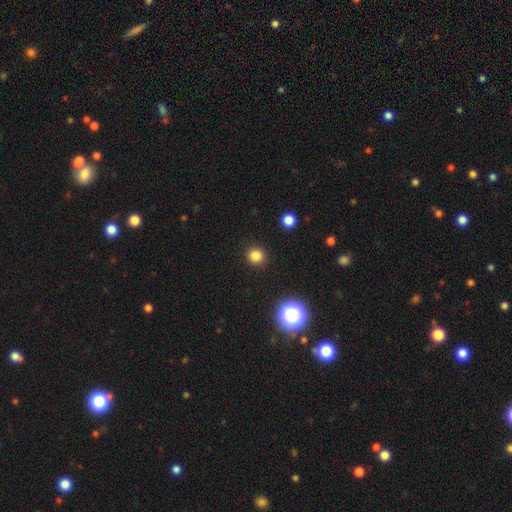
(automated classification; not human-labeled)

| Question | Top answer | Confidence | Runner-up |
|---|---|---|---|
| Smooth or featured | smooth | 82% | star or artifact (14%) |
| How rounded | round | 91% | in between (8%) |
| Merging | none | 92% | minor disturbance (5%) |